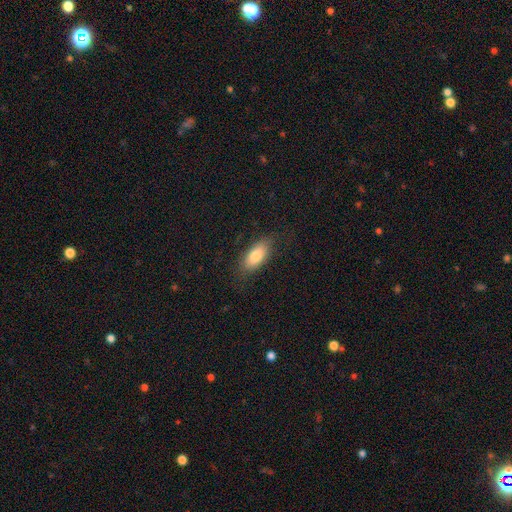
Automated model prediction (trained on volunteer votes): Smooth or featured?
  - smooth: 77% *
  - featured or disk: 16%
  - star or artifact: 7%
How rounded?
  - in between: 86% *
  - cigar-shaped: 11%
  - round: 3%
Merging?
  - none: 80% *
  - minor disturbance: 15%
  - major disturbance: 5%
  - merger: 1%